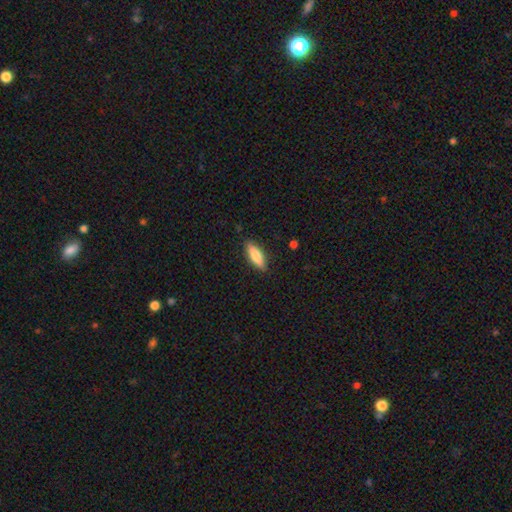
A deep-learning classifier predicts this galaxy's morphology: This appears to be a smooth galaxy with no disk features (71%) that is in between round and cigar-shaped (52%). Merging: none (86%).